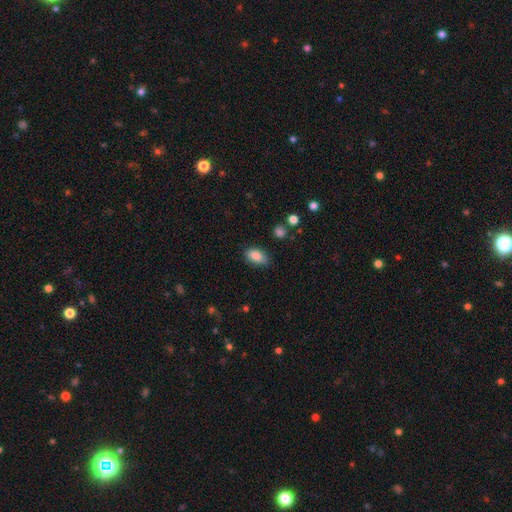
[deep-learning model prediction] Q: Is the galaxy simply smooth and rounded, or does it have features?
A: smooth — 85%.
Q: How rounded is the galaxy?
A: in between — 90%.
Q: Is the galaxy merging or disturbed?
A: none — 79%.